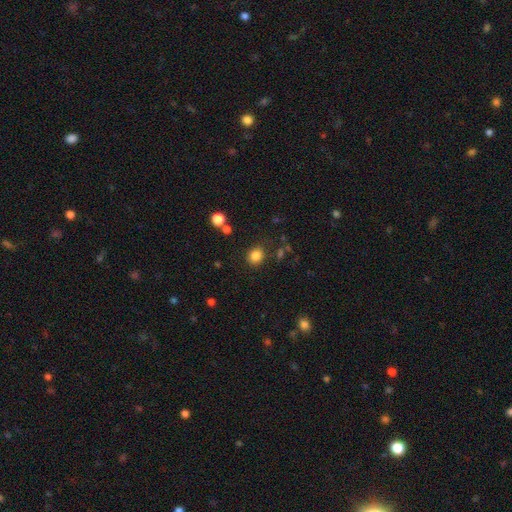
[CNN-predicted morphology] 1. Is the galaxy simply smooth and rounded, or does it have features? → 83% smooth, 12% star or artifact, 5% featured or disk.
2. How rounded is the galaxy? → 71% round, 28% in between, 1% cigar-shaped.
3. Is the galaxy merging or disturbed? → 83% none, 10% minor disturbance, 4% major disturbance, 4% merger.